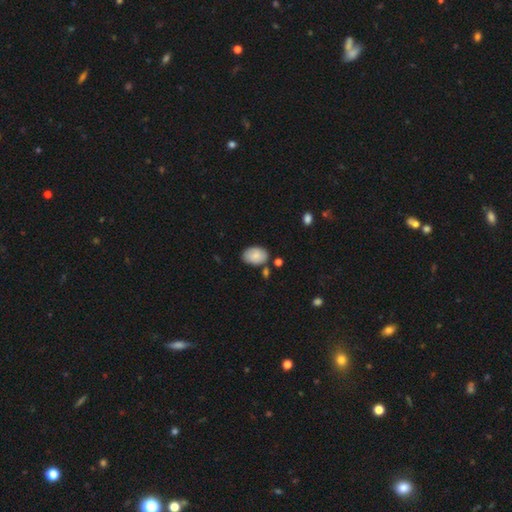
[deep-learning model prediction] This is clearly a smooth galaxy (83%). How rounded: clearly in between (88%). Merging: likely none (74%).